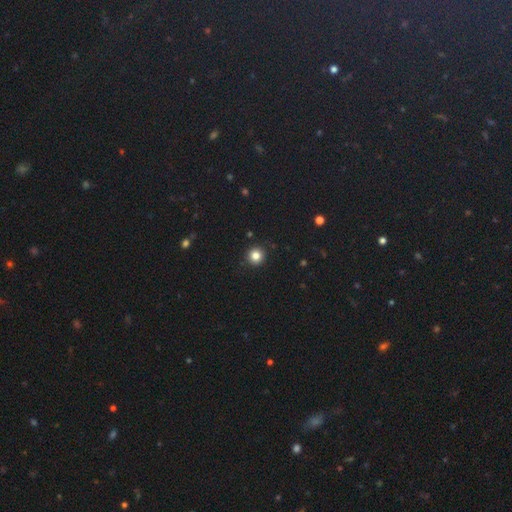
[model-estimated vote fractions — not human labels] This appears to be a smooth galaxy with no disk features (83%) that is round (95%). Merging: none (93%).